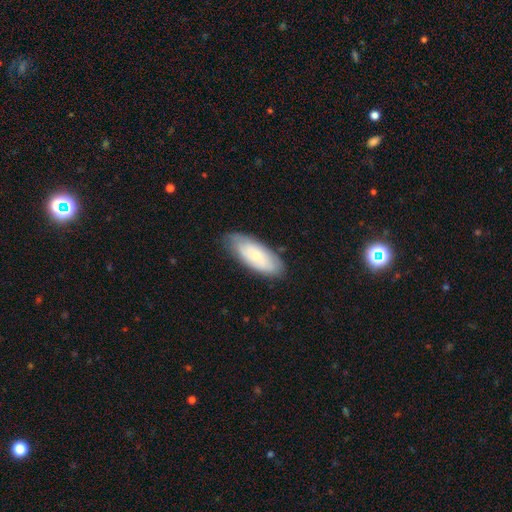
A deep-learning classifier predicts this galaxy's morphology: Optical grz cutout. It shows a smooth galaxy with no disk features (55%) that is in between round and cigar-shaped (81%). Merging: none (75%).